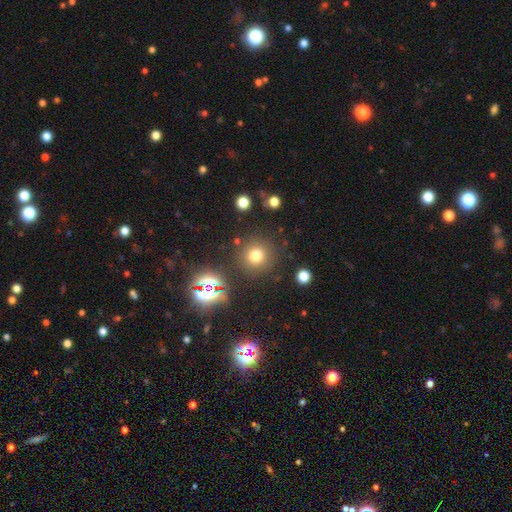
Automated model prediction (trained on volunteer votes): Smooth or featured? Predicted: smooth (p=0.70). How rounded? Predicted: round (p=0.94). Merging? Predicted: none (p=0.86).